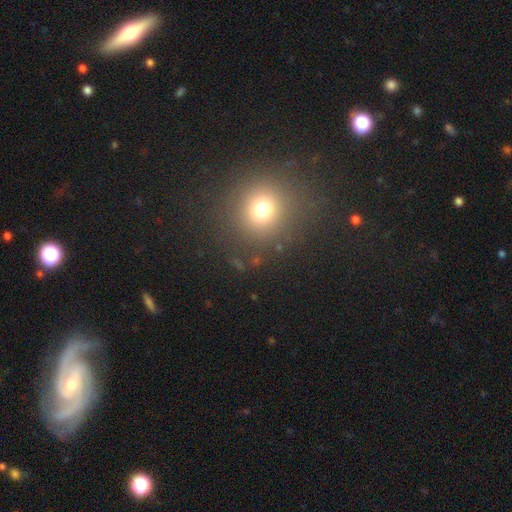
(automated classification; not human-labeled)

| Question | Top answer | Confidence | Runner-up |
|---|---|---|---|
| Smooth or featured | smooth | 55% | star or artifact (23%) |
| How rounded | round | 89% | in between (10%) |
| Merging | none | 84% | minor disturbance (9%) |